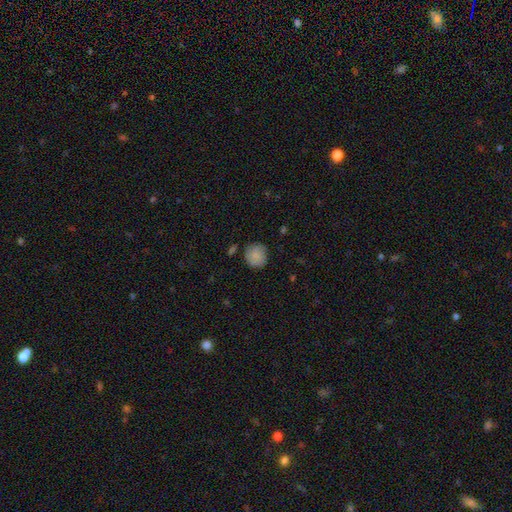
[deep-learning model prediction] The model was most divided on "merging": none: 78%, minor disturbance: 16%, major disturbance: 3%, merger: 2%. More confident: how rounded — round (89%); smooth or featured — smooth (83%).